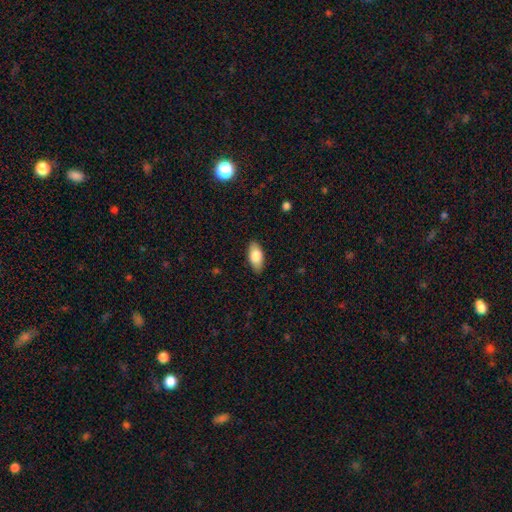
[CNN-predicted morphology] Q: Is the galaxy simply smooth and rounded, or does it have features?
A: smooth — 82%.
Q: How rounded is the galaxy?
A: in between — 90%.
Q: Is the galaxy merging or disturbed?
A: none — 86%.